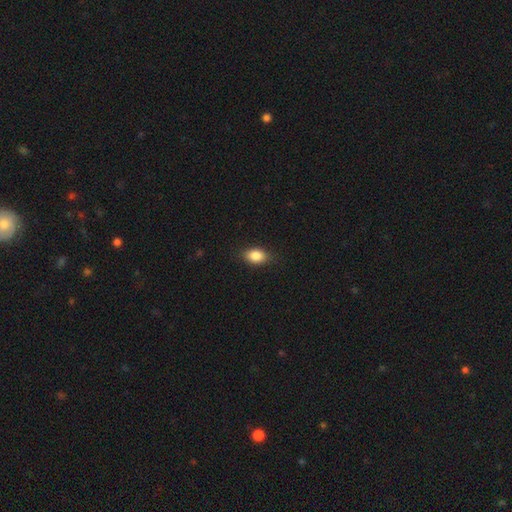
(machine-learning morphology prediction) type=smooth (86%); roundness=in between (82%); merging=none (85%).